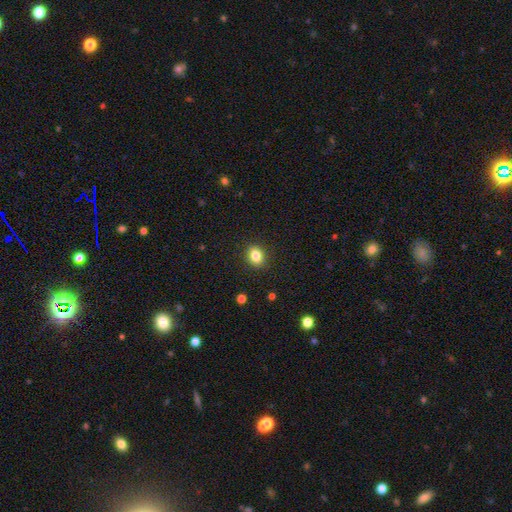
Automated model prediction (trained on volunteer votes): Smooth or featured: smooth — 84% (star or artifact — 10%)
How rounded: in between — 60% (round — 38%)
Merging: none — 90% (minor disturbance — 7%)